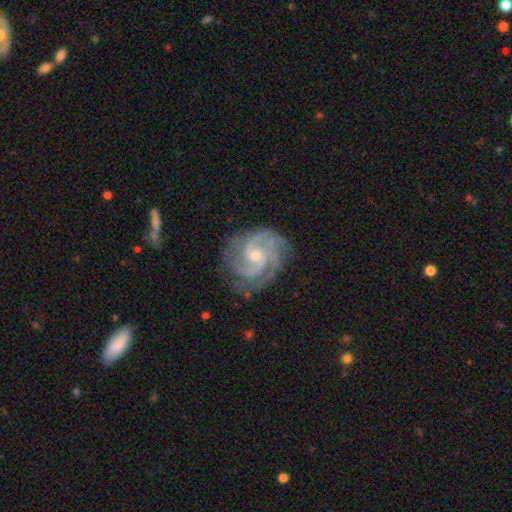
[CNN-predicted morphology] Smooth or featured?
  - featured or disk: 92% *
  - star or artifact: 4%
  - smooth: 4%
Edge-on disk?
  - no: 98% *
  - yes: 2%
Bar?
  - no: 61% *
  - weak: 33%
  - strong: 6%
Spiral arms?
  - yes: 98% *
  - no: 2%
Spiral winding?
  - tight: 52% *
  - medium: 42%
  - loose: 6%
Spiral arm count?
  - 3: 41% *
  - 2: 29%
  - can't tell: 10%
  - 4: 10%
  - more than 4: 5%
  - 1: 5%
Bulge size?
  - small: 59% *
  - moderate: 38%
  - none: 1%
  - large: 1%
  - dominant: 1%
Merging?
  - none: 76% *
  - minor disturbance: 17%
  - major disturbance: 6%
  - merger: 1%